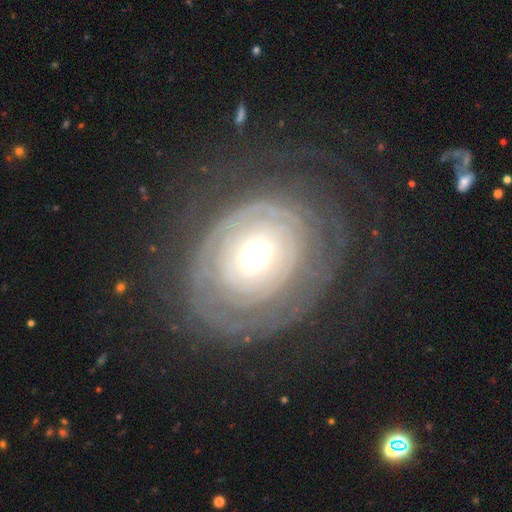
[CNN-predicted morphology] smooth-or-featured: featured or disk: 79% | smooth: 14% | star or artifact: 7%
  disk-edge-on: no: 96% | yes: 4%
    bar: no: 82% | weak: 12% | strong: 6%
    has-spiral-arms: yes: 75% | no: 25%
      spiral-winding: tight: 80% | medium: 13% | loose: 7%
      spiral-arm-count: can't tell: 51% | 2: 14% | more than 4: 9% | 3: 9% | 1: 8% | 4: 8%
    bulge-size: moderate: 66% | large: 19% | small: 12% | dominant: 2% | none: 1%
  merging: none: 68% | minor disturbance: 16% | major disturbance: 15% | merger: 2%